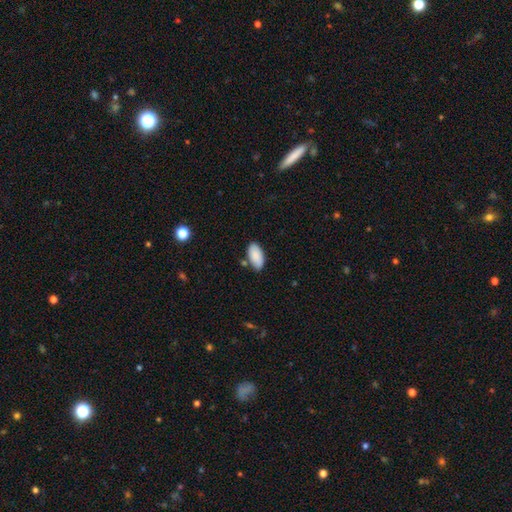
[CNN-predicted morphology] Smooth or featured: smooth — 88% (star or artifact — 6%)
How rounded: in between — 94% (cigar-shaped — 4%)
Merging: none — 76% (minor disturbance — 15%)